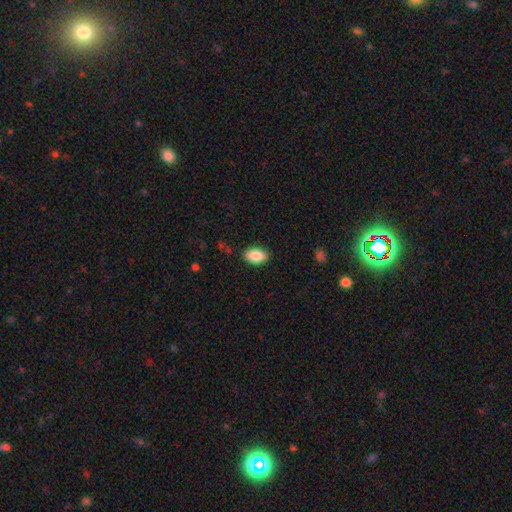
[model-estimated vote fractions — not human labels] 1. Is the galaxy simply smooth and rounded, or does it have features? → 87% smooth, 7% star or artifact, 7% featured or disk.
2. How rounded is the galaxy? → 92% in between, 7% round, 1% cigar-shaped.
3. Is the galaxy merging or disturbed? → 88% none, 9% minor disturbance, 2% major disturbance, 1% merger.